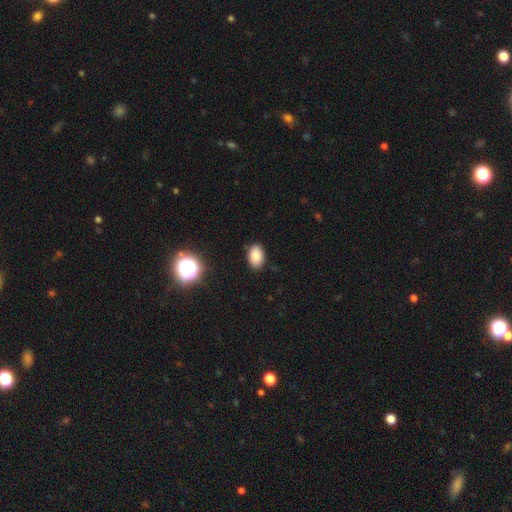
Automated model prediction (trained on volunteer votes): smooth-or-featured: smooth: 84% | star or artifact: 11% | featured or disk: 5%
  how-rounded: in between: 88% | round: 11% | cigar-shaped: 1%
  merging: none: 86% | minor disturbance: 10% | major disturbance: 2% | merger: 1%